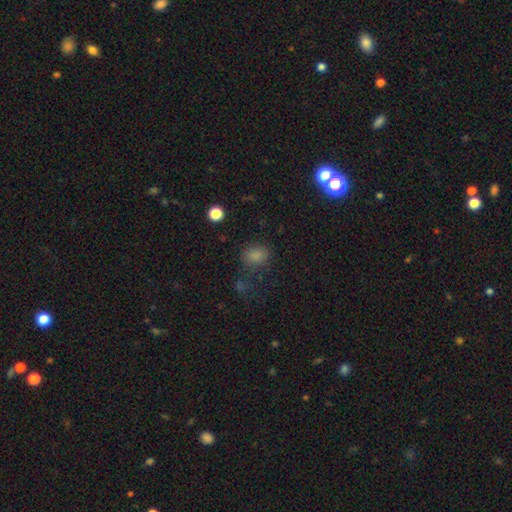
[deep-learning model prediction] This appears to be a smooth galaxy with no disk features (80%) that is in between round and cigar-shaped (56%). Merging: none (72%).